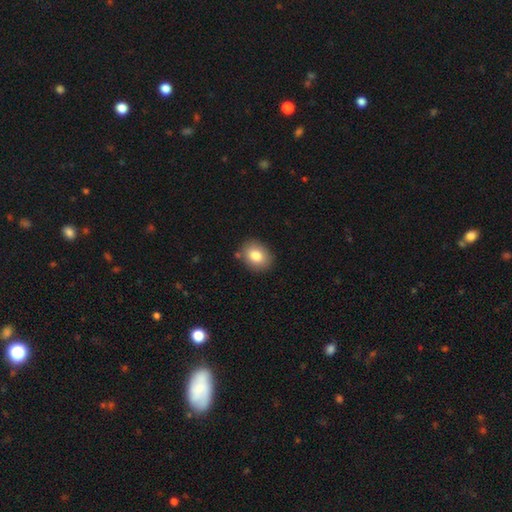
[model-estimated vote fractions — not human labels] Overall: smooth (82%). How rounded: in between (53%; round 46%). Merging: none (85%).